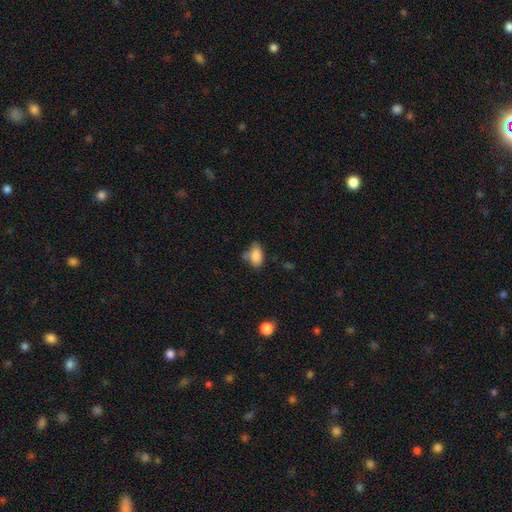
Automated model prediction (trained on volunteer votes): Smooth or featured? smooth (83%)
How rounded? in between (89%)
Merging? none (48%)